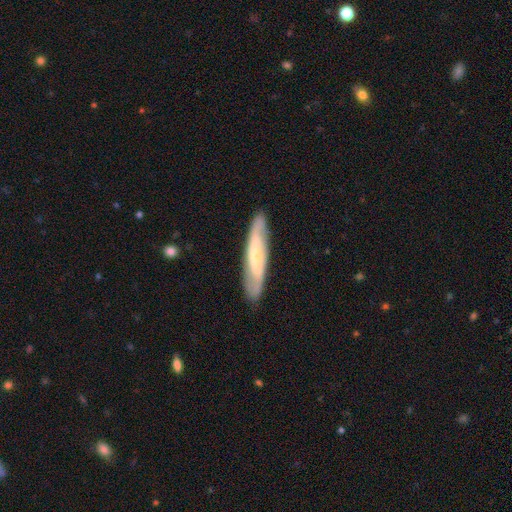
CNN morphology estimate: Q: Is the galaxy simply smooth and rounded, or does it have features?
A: featured or disk — 59%.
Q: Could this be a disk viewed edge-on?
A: no — 54%.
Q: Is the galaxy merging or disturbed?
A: none — 86%.